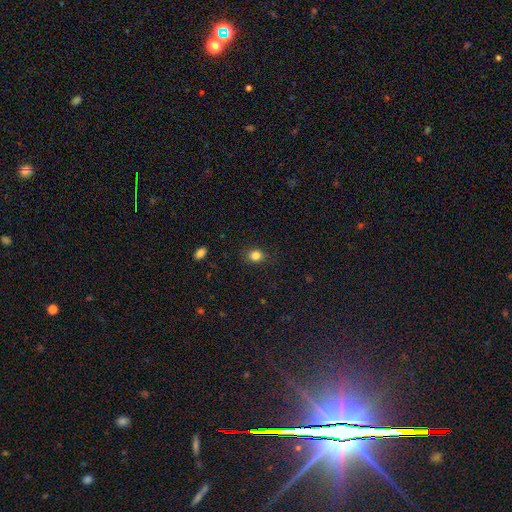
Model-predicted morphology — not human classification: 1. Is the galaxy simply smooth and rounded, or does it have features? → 83% smooth, 12% star or artifact, 5% featured or disk.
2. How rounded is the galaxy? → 63% round, 36% in between, 1% cigar-shaped.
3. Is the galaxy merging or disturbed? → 85% none, 11% minor disturbance, 3% major disturbance, 1% merger.